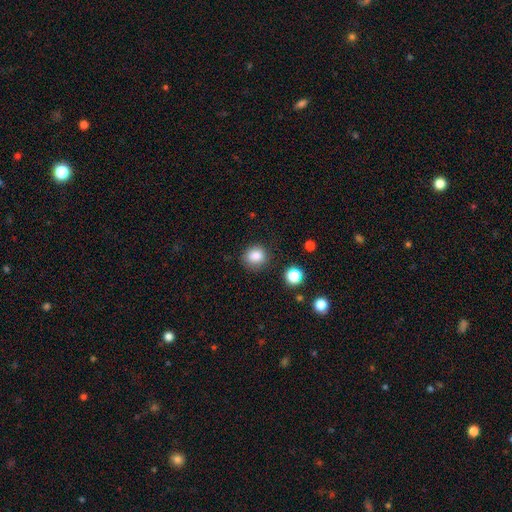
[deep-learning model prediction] The model was most divided on "how rounded": round: 79%, in between: 21%, cigar-shaped: 1%. More confident: smooth or featured — smooth (84%); merging — none (82%).